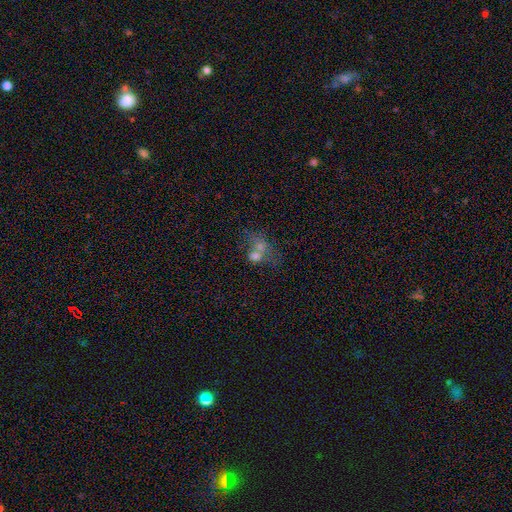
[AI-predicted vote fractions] Smooth or featured: smooth — 62% (featured or disk — 23%)
How rounded: round — 55% (in between — 44%)
Merging: merger — 63% (none — 21%)